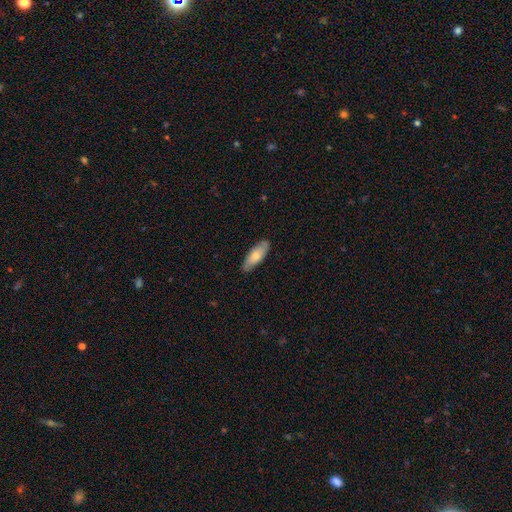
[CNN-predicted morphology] Q: Smooth or featured?
A: smooth (69%); runner-up: featured or disk (25%)
Q: How rounded?
A: in between (67%); runner-up: cigar-shaped (31%)
Q: Merging?
A: none (83%); runner-up: minor disturbance (13%)